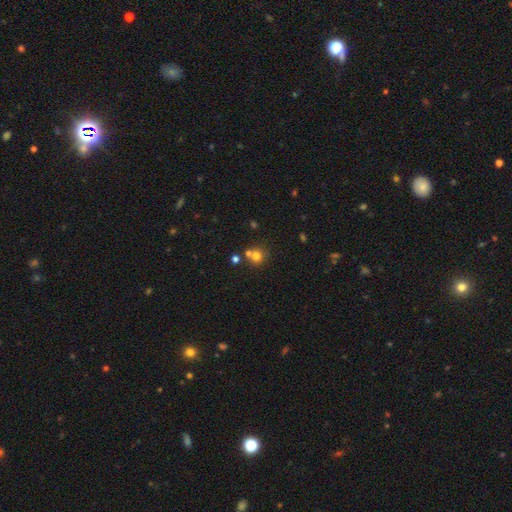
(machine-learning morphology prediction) Q: Smooth or featured?
A: smooth (73%); runner-up: star or artifact (17%)
Q: How rounded?
A: round (89%); runner-up: in between (10%)
Q: Merging?
A: none (61%); runner-up: merger (28%)